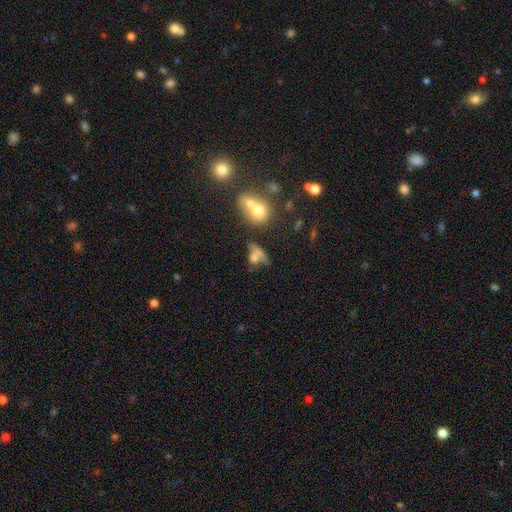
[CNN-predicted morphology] Smooth or featured? smooth (60%)
How rounded? in between (62%)
Merging? merger (39%)